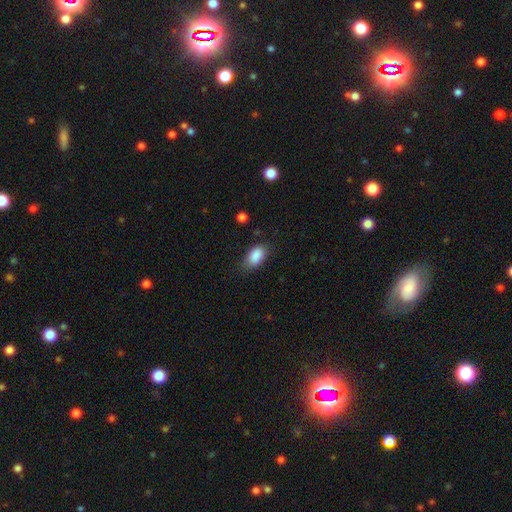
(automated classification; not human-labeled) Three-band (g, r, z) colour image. It shows a smooth galaxy with no disk features (88%) that is in between round and cigar-shaped (91%). Merging: none (71%).